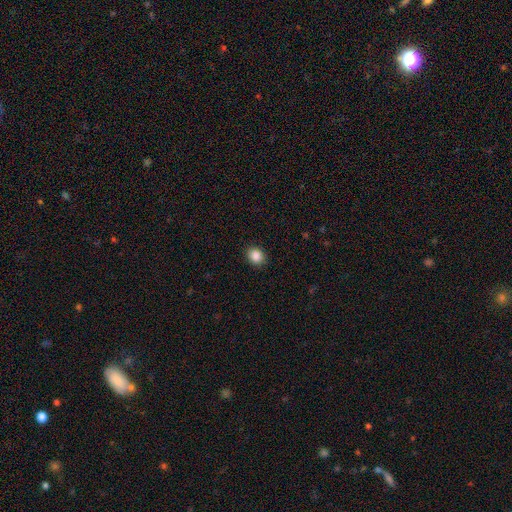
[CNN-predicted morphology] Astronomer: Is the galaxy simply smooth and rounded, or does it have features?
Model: smooth — 87%.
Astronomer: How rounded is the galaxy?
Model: round — 58% (runner-up: in between, 41%).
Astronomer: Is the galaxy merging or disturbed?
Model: none — 90%.